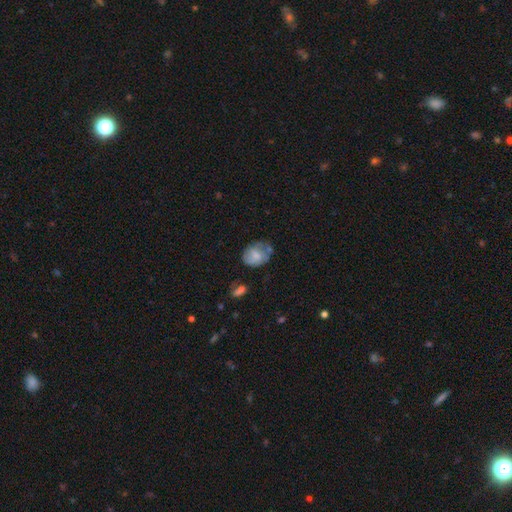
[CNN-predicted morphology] Smooth or featured: smooth — 67% (featured or disk — 25%)
How rounded: in between — 60% (round — 39%)
Merging: none — 46% (minor disturbance — 32%)